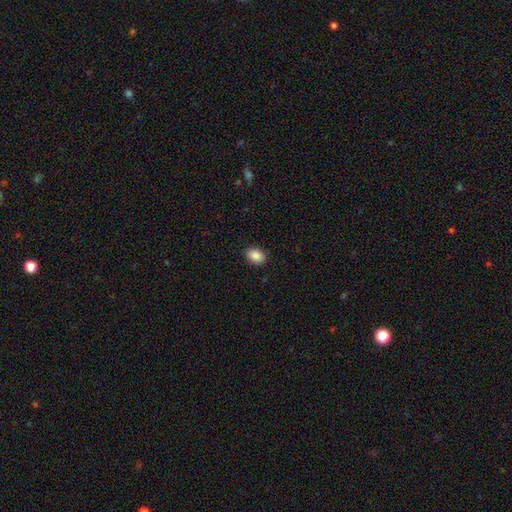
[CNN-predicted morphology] Smooth or featured: smooth — 89% (star or artifact — 8%)
How rounded: in between — 79% (round — 20%)
Merging: none — 89% (minor disturbance — 8%)